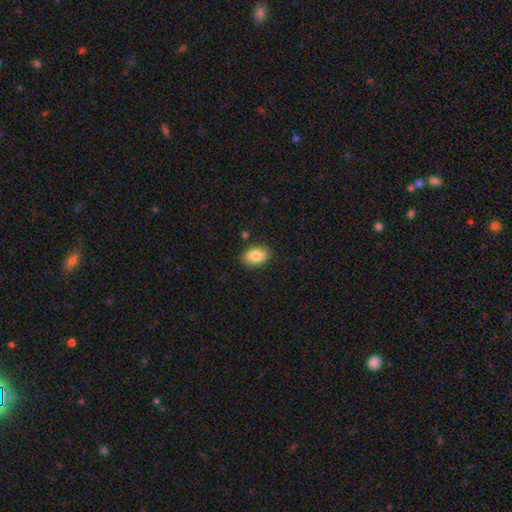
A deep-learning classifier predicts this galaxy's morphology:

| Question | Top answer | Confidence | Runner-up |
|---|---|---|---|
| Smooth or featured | smooth | 85% | featured or disk (8%) |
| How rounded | in between | 83% | round (16%) |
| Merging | none | 87% | minor disturbance (9%) |